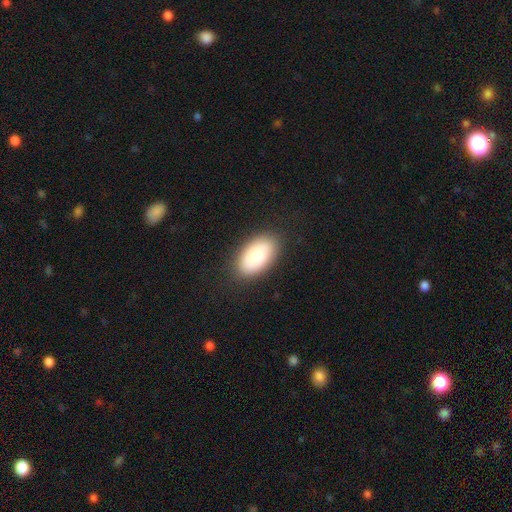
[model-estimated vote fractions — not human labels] Smooth or featured? smooth (83%)
How rounded? in between (94%)
Merging? none (85%)